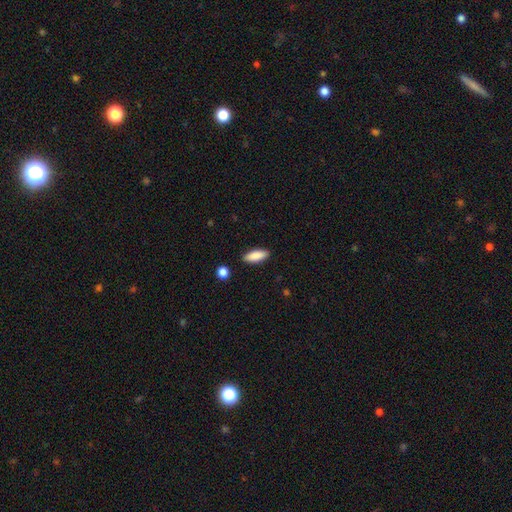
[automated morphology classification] type=smooth (87%); roundness=in between (71%); merging=none (88%).